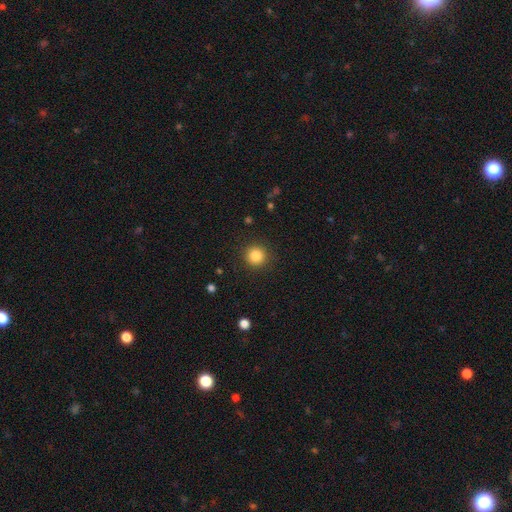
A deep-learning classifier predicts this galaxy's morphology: A smooth galaxy with no disk features (84%) that is round (94%).

Vote fractions:
- Smooth or featured? smooth: 84% / star or artifact: 11% / featured or disk: 5%
- How rounded? round: 94% / in between: 5% / cigar-shaped: 1%
- Merging? none: 91% / minor disturbance: 6% / major disturbance: 2% / merger: 1%